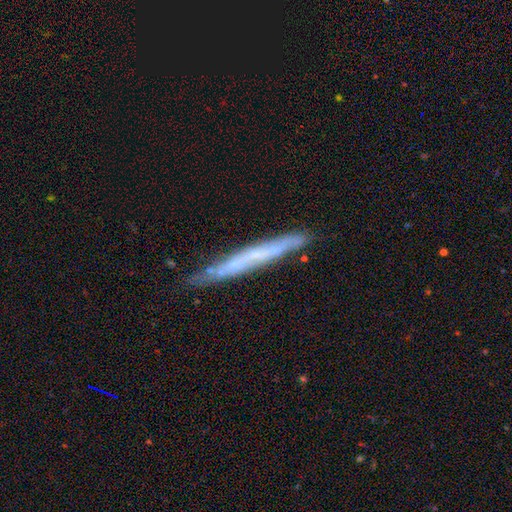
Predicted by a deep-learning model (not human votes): A featured or disk galaxy (55%) viewed edge-on (90%). Merging: none (81%).